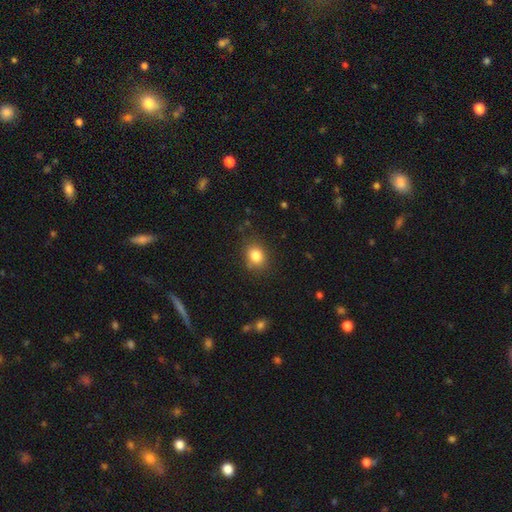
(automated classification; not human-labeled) Morphology: type=smooth (83%); roundness=round (56%); merging=none (83%).